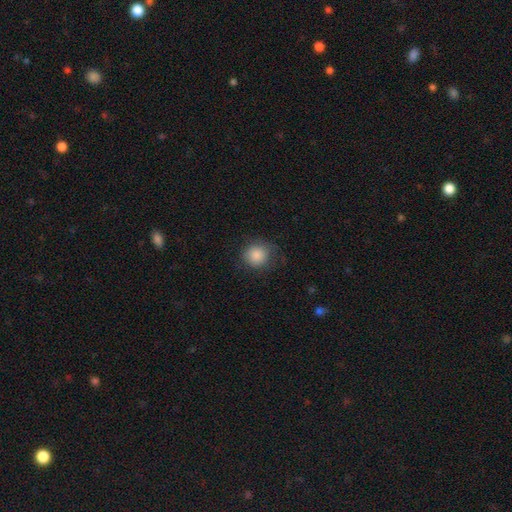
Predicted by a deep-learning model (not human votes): Smooth or featured: smooth — 86% (star or artifact — 9%)
How rounded: round — 86% (in between — 13%)
Merging: none — 76% (minor disturbance — 17%)